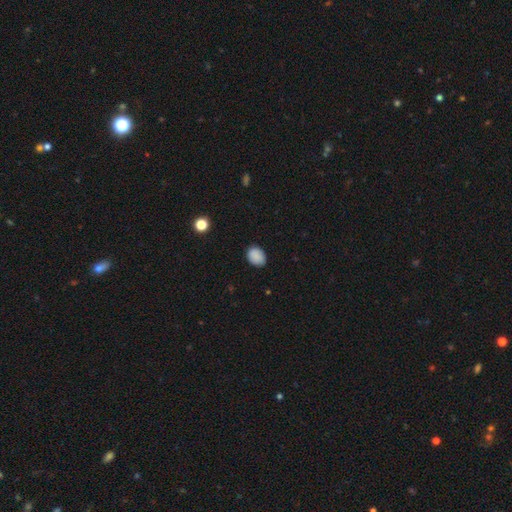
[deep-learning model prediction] Smooth or featured?
  - smooth: 87% *
  - star or artifact: 9%
  - featured or disk: 4%
How rounded?
  - in between: 62% *
  - round: 37%
  - cigar-shaped: 1%
Merging?
  - none: 82% *
  - minor disturbance: 14%
  - major disturbance: 2%
  - merger: 1%